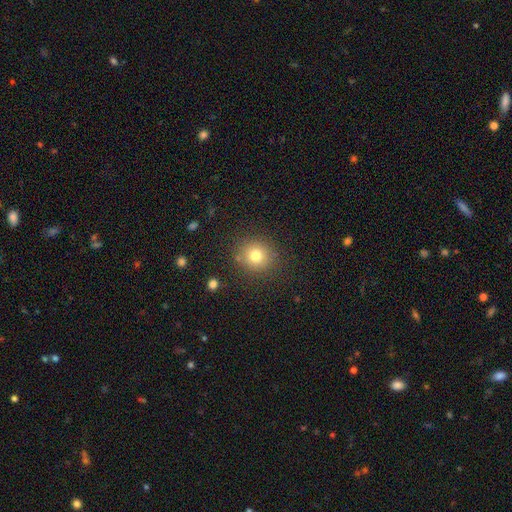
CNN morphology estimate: A smooth galaxy with no disk features (77%) that is round (86%).

Vote fractions:
- Smooth or featured? smooth: 77% / star or artifact: 14% / featured or disk: 10%
- How rounded? round: 86% / in between: 13% / cigar-shaped: 1%
- Merging? none: 85% / minor disturbance: 9% / major disturbance: 3% / merger: 3%